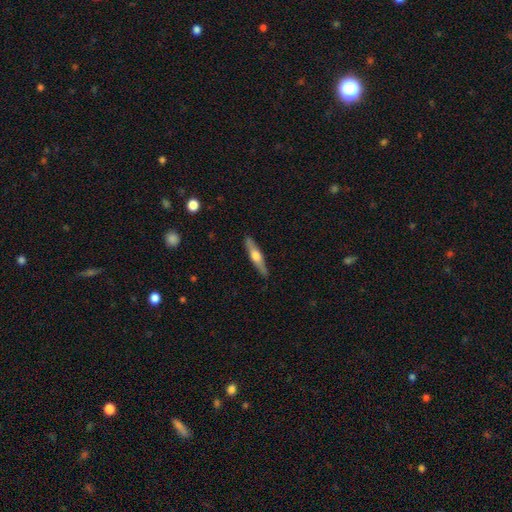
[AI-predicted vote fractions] A featured or disk galaxy (59%) viewed edge-on (96%) with a rounded central bulge (90%).

Vote fractions:
- Smooth or featured? featured or disk: 59% / smooth: 36% / star or artifact: 5%
- Edge-on disk? yes: 96% / no: 4%
- Edge-on bulge? rounded: 90% / boxy: 6% / none: 4%
- Merging? none: 89% / minor disturbance: 8% / major disturbance: 2% / merger: 1%